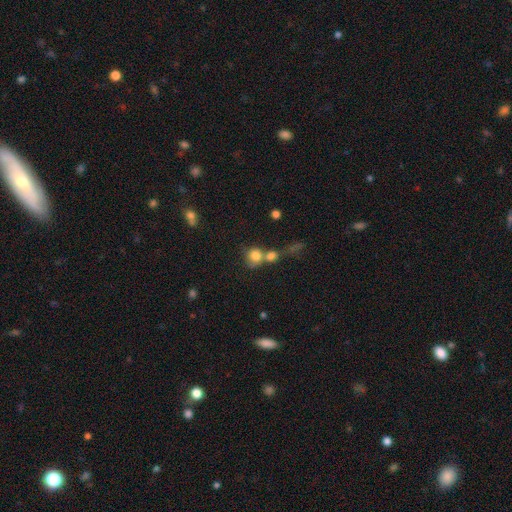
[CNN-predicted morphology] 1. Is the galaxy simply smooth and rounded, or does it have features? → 79% smooth, 11% featured or disk, 10% star or artifact.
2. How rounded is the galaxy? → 77% round, 22% in between, 2% cigar-shaped.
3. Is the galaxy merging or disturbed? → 56% merger, 30% none, 8% minor disturbance, 6% major disturbance.